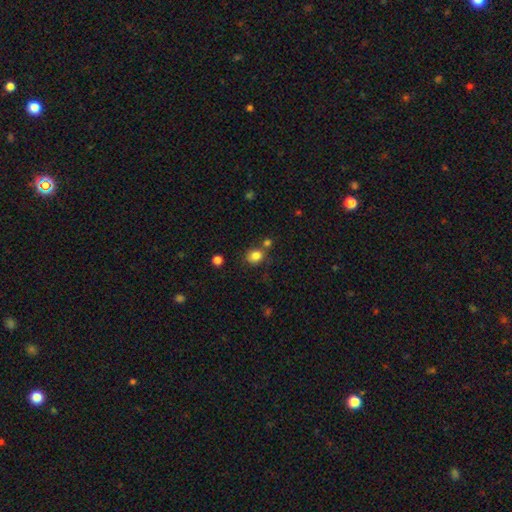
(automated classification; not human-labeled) Smooth or featured: smooth — 83% (star or artifact — 11%)
How rounded: round — 71% (in between — 28%)
Merging: none — 67% (merger — 16%)